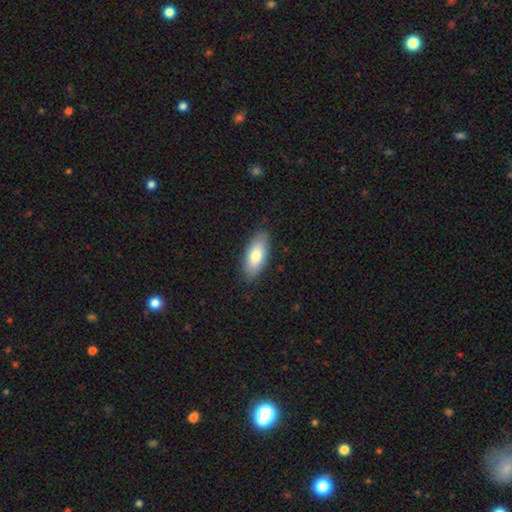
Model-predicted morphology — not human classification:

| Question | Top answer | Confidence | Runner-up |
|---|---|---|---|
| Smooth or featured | smooth | 76% | featured or disk (17%) |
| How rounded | in between | 85% | cigar-shaped (12%) |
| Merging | none | 86% | minor disturbance (10%) |